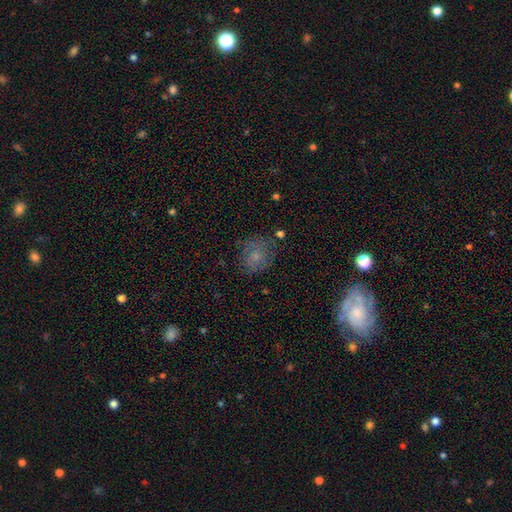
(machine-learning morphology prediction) This appears to be a smooth galaxy with no disk features (61%) that is round (66%). Merging: none (63%).